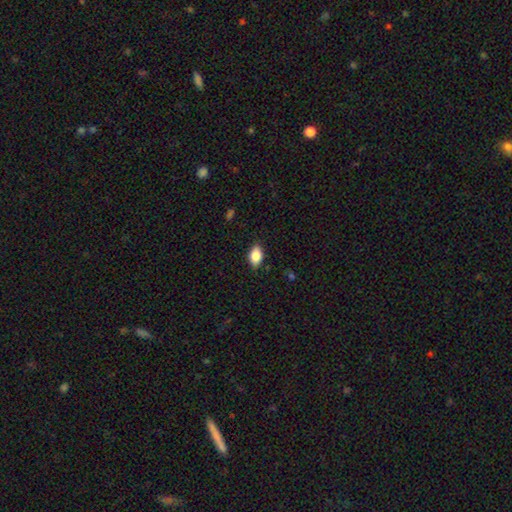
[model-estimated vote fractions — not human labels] This appears to be a smooth galaxy with no disk features (84%) that is in between round and cigar-shaped (90%). Merging: none (85%).